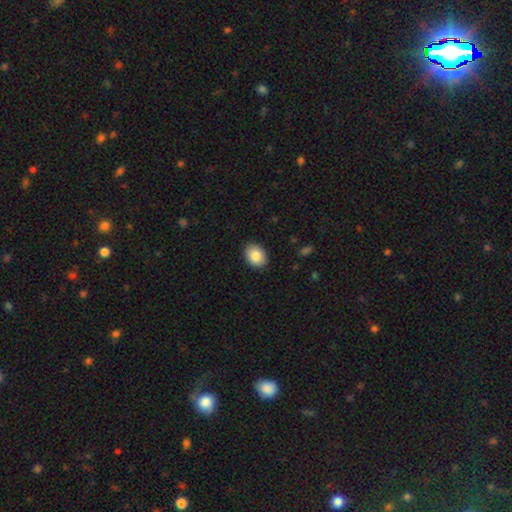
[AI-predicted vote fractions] A smooth galaxy with no disk features (86%) that is in between round and cigar-shaped (65%). Merging: none (90%).